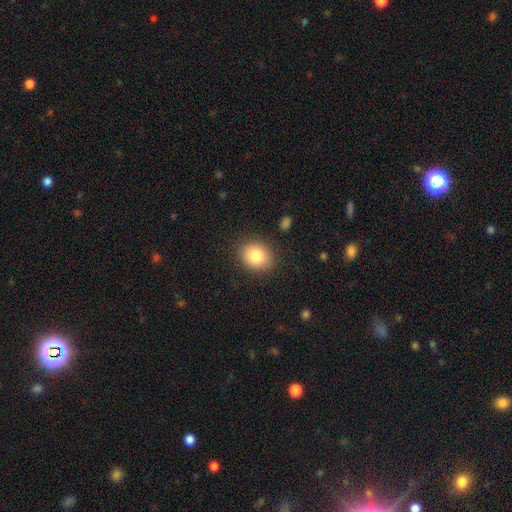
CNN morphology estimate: Overall: smooth (83%). How rounded: round (54%; in between 45%). Merging: none (86%).